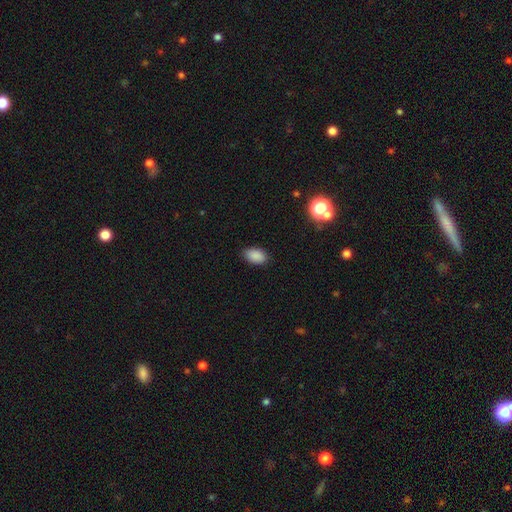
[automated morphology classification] Smooth or featured? smooth (89%)
How rounded? in between (92%)
Merging? none (86%)